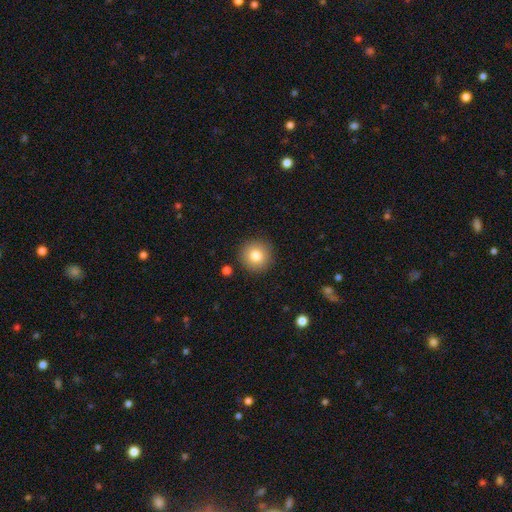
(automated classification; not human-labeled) smooth 81%, star or artifact 10%, featured or disk 9%. Down the decision tree: how rounded — round (95%); merging — none (90%).